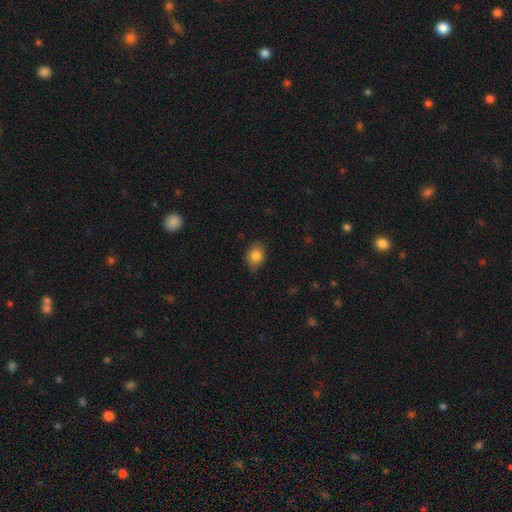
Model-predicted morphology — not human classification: Smooth or featured?
  - smooth: 85% *
  - star or artifact: 8%
  - featured or disk: 7%
How rounded?
  - in between: 64% *
  - round: 35%
  - cigar-shaped: 1%
Merging?
  - none: 78% *
  - minor disturbance: 18%
  - major disturbance: 3%
  - merger: 1%